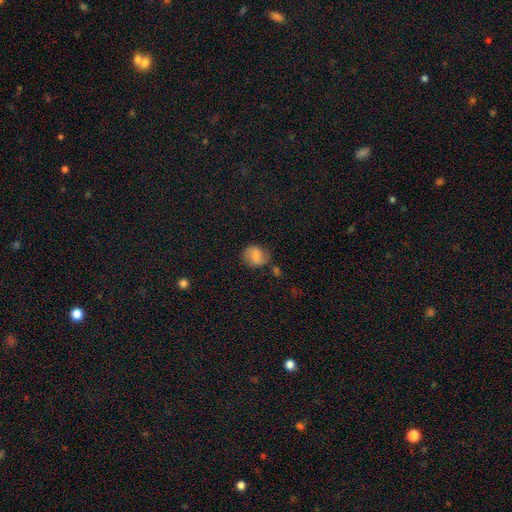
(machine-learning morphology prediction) smooth-or-featured: smooth: 70% | featured or disk: 21% | star or artifact: 9%
  how-rounded: round: 68% | in between: 31% | cigar-shaped: 1%
  merging: none: 69% | minor disturbance: 20% | major disturbance: 6% | merger: 5%